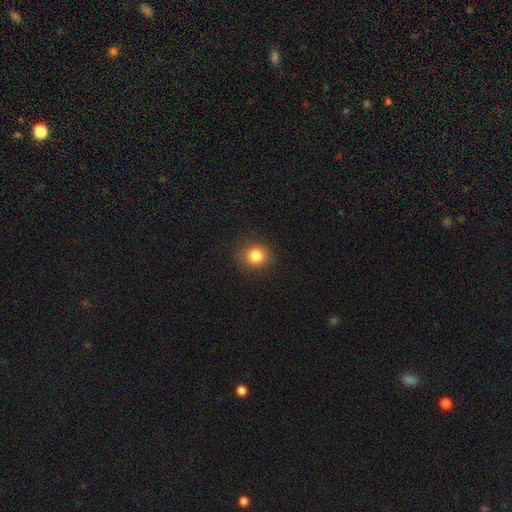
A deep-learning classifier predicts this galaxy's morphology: The model was most divided on "how rounded": round: 84%, in between: 15%, cigar-shaped: 1%. More confident: merging — none (89%); smooth or featured — smooth (84%).